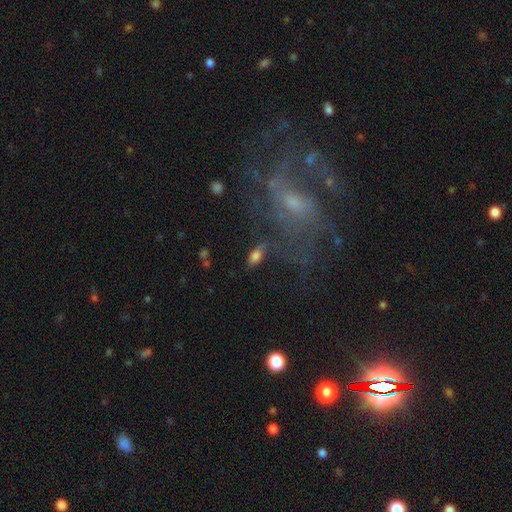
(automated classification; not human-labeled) Overall: smooth (75%). How rounded: in between (86%). Merging: none (67%).